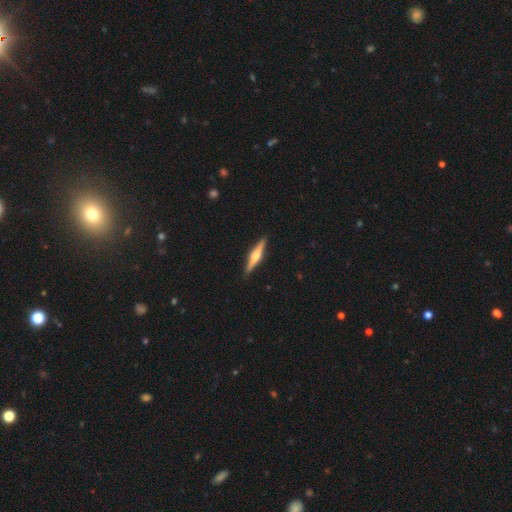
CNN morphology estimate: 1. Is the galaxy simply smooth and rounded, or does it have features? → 67% featured or disk, 28% smooth, 5% star or artifact.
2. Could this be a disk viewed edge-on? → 98% yes, 2% no.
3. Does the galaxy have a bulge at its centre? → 88% rounded, 8% boxy, 4% none.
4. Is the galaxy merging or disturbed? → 91% none, 6% minor disturbance, 1% major disturbance, 1% merger.